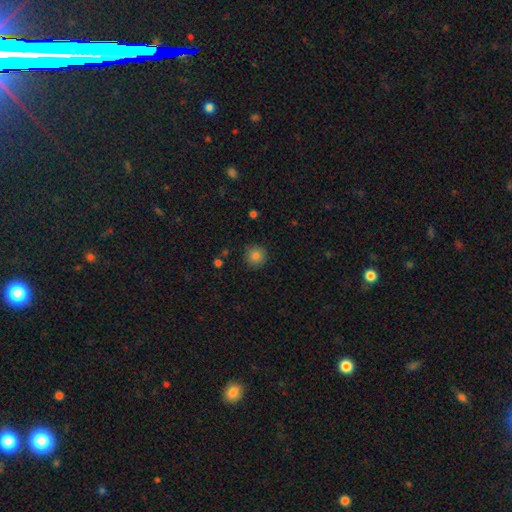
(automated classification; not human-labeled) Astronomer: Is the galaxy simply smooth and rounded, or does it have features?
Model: smooth — 82%.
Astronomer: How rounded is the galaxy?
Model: round — 94%.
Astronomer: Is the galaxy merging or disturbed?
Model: none — 89%.